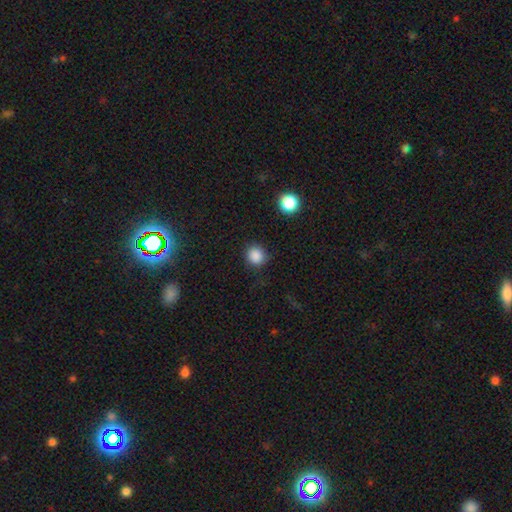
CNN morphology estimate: Smooth or featured? Predicted: smooth (p=0.86). How rounded? Predicted: round (p=0.86). Merging? Predicted: none (p=0.84).